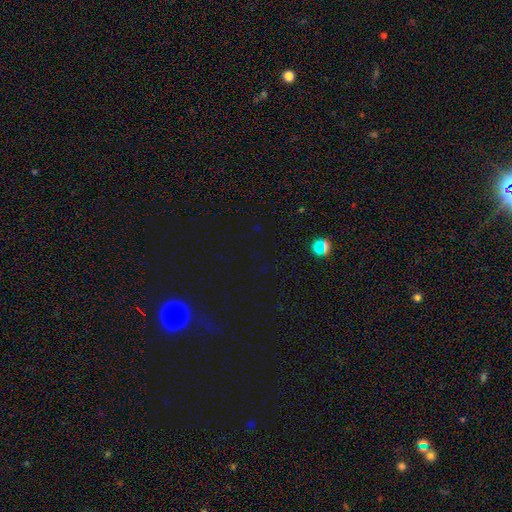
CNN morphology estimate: A star or artifact, not a galaxy (72%).